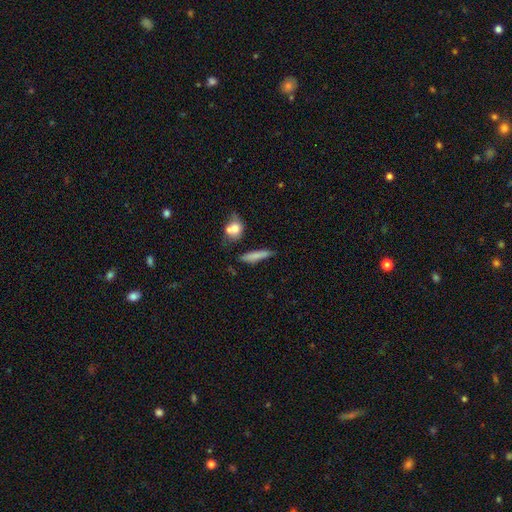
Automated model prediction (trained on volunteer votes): Smooth or featured? smooth (75%)
How rounded? cigar-shaped (82%)
Merging? none (67%)